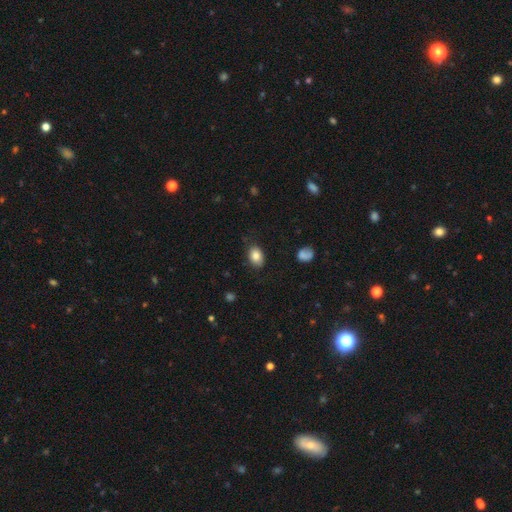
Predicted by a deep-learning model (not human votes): This appears to be a smooth galaxy with no disk features (84%) that is in between round and cigar-shaped (80%). Merging: none (80%).